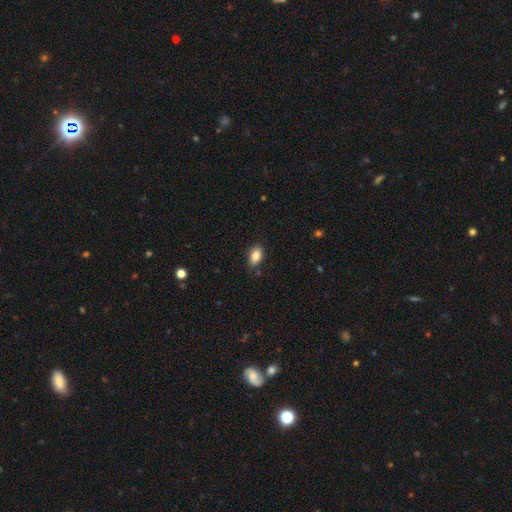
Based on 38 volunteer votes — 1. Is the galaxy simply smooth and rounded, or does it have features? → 79% smooth, 13% featured or disk, 8% star or artifact.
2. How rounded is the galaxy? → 87% in between, 7% round, 7% cigar-shaped.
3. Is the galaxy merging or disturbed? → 71% none, 20% minor disturbance, 9% major disturbance, 0% merger.